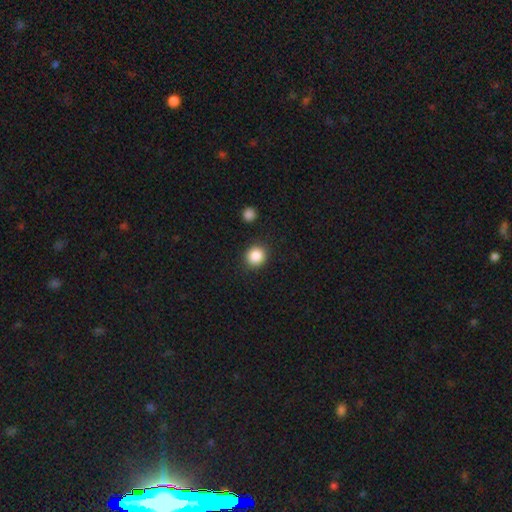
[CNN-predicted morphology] Smooth or featured: smooth — 87% (star or artifact — 9%)
How rounded: round — 88% (in between — 11%)
Merging: none — 89% (minor disturbance — 7%)